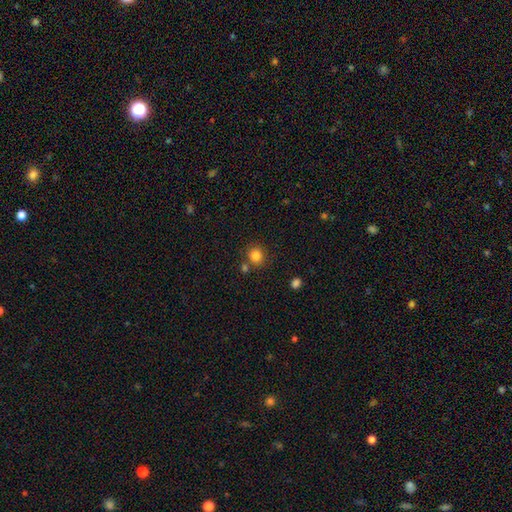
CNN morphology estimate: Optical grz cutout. It shows a smooth galaxy with no disk features (83%) that is round (87%). Merging: none (77%).